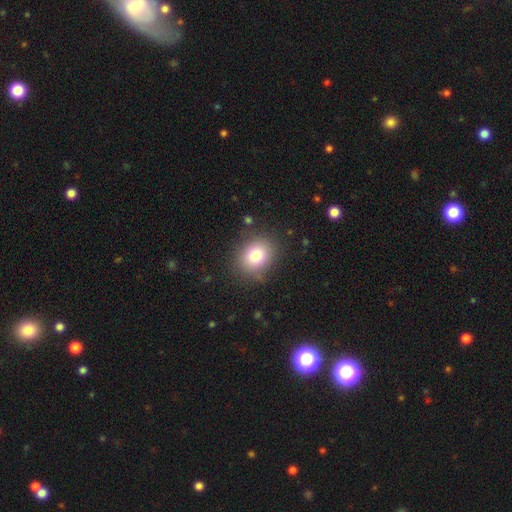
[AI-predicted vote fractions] Morphology: type=smooth (78%); roundness=round (62%); merging=none (84%).